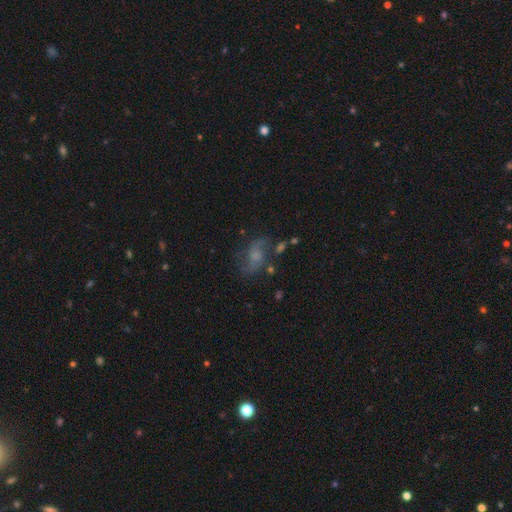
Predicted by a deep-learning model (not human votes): A featured or disk galaxy (59%) with no bar (63%), spiral arms (85%) and a moderate central bulge (31%). Merging: none (60%).